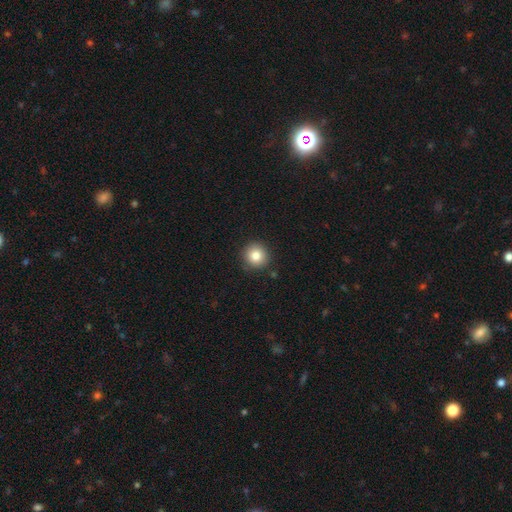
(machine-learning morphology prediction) A smooth galaxy with no disk features (83%) that is round (95%).

Vote fractions:
- Smooth or featured? smooth: 83% / star or artifact: 10% / featured or disk: 7%
- How rounded? round: 95% / in between: 4% / cigar-shaped: 1%
- Merging? none: 90% / minor disturbance: 7% / major disturbance: 2% / merger: 2%